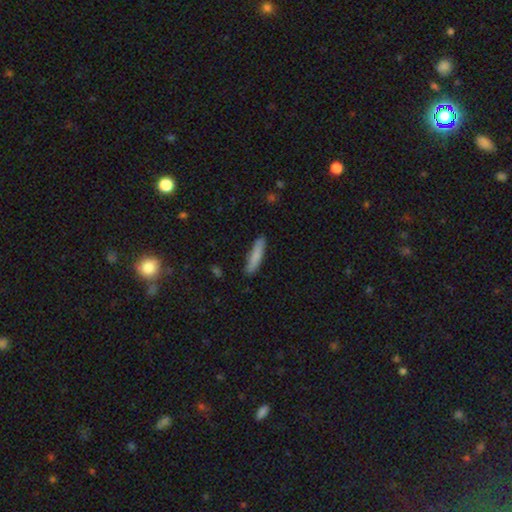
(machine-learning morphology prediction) A smooth galaxy with no disk features (83%) that is cigar-shaped (84%). Merging: none (86%).